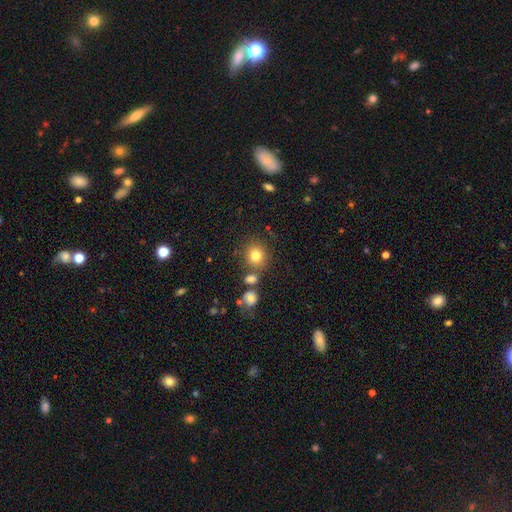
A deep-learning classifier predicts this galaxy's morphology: Smooth or featured? smooth (78%)
How rounded? round (85%)
Merging? none (74%)